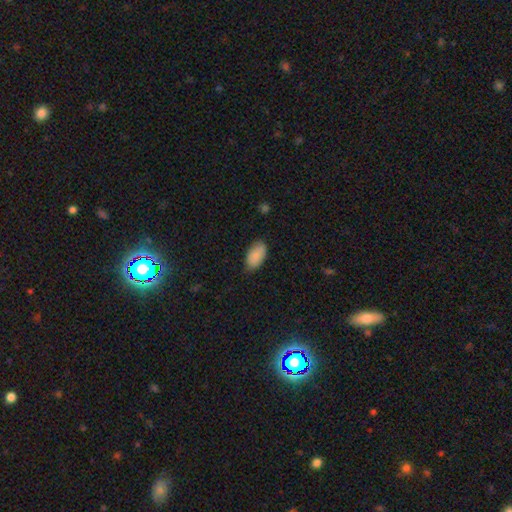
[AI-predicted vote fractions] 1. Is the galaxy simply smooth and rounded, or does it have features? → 88% smooth, 7% star or artifact, 5% featured or disk.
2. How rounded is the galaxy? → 94% in between, 3% round, 3% cigar-shaped.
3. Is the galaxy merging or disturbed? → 78% none, 18% minor disturbance, 3% major disturbance, 1% merger.